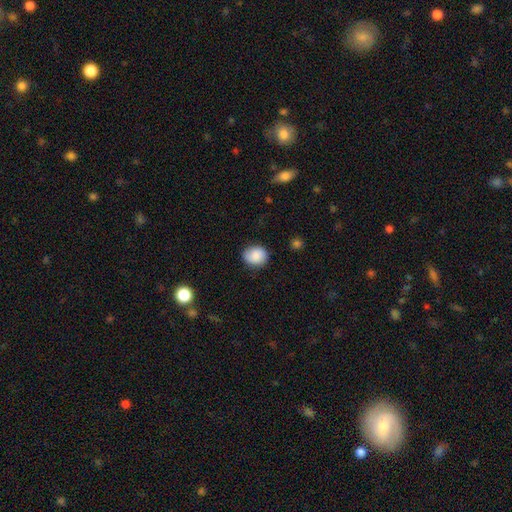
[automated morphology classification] Smooth or featured: smooth — 83% (featured or disk — 9%)
How rounded: round — 59% (in between — 40%)
Merging: none — 81% (minor disturbance — 15%)